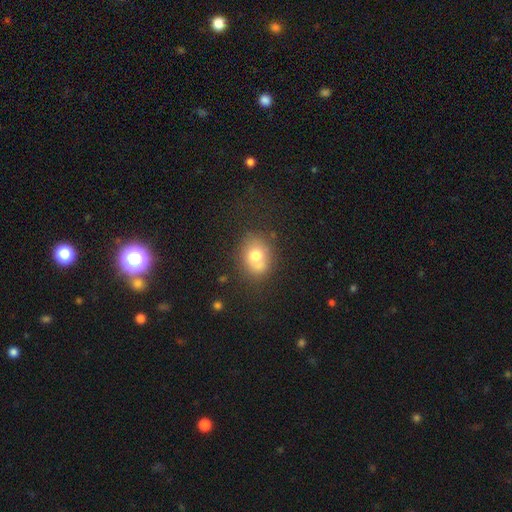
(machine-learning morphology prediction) smooth 71%, featured or disk 19%, star or artifact 11%. Down the decision tree: how rounded — in between (57%); merging — none (66%).